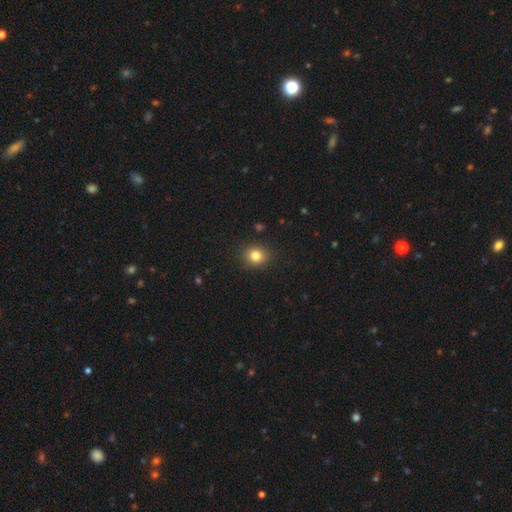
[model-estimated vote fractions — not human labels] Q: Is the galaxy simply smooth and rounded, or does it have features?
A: smooth — 81%.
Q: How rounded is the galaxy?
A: round — 77%.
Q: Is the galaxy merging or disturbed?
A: none — 90%.